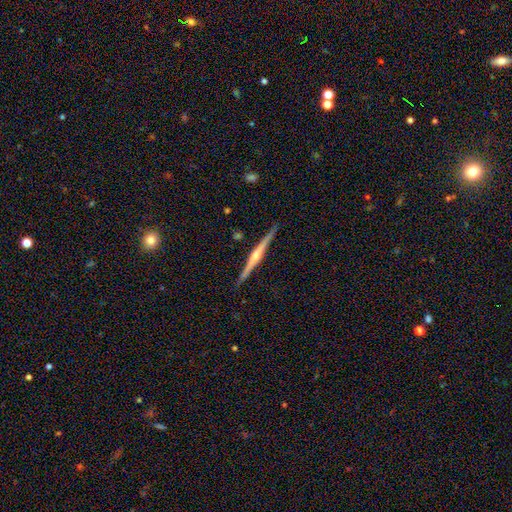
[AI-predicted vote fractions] featured or disk 83%, smooth 12%, star or artifact 5%. Down the decision tree: edge-on disk — yes (99%); edge-on bulge — rounded (87%); merging — none (90%).